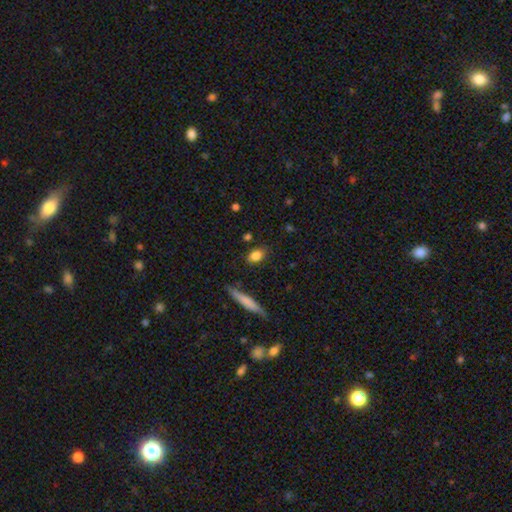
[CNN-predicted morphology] A smooth galaxy with no disk features (83%) that is in between round and cigar-shaped (75%).

Vote fractions:
- Smooth or featured? smooth: 83% / featured or disk: 9% / star or artifact: 8%
- How rounded? in between: 75% / round: 17% / cigar-shaped: 8%
- Merging? none: 80% / minor disturbance: 13% / merger: 3% / major disturbance: 3%